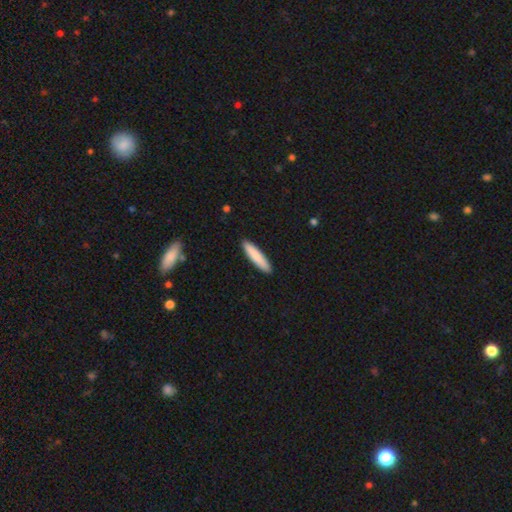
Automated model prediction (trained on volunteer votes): This appears to be a smooth galaxy with no disk features (85%) that is cigar-shaped (83%). Merging: none (92%).